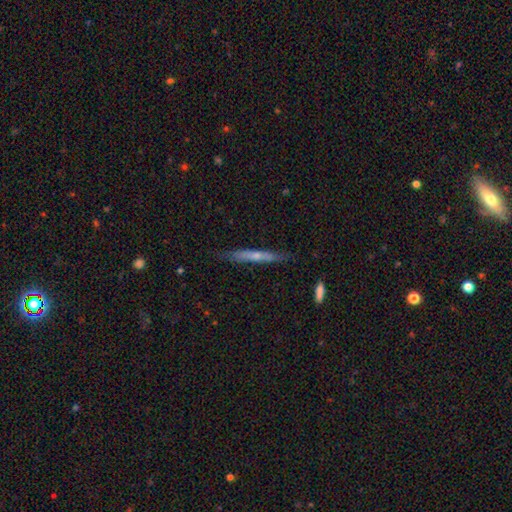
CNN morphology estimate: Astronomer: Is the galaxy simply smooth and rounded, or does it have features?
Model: featured or disk — 51% (runner-up: smooth, 43%).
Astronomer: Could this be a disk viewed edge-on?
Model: yes — 92%.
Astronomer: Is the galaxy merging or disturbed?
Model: none — 81%.